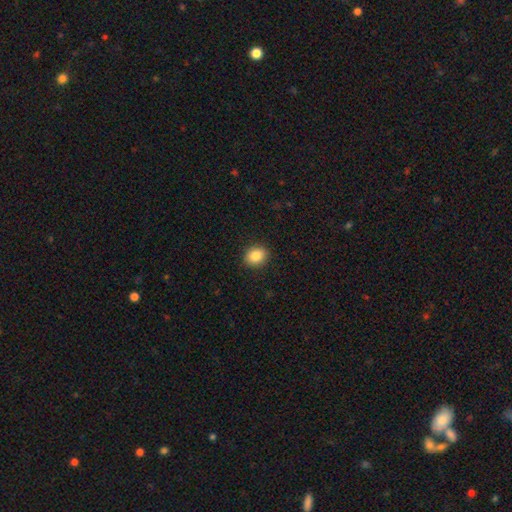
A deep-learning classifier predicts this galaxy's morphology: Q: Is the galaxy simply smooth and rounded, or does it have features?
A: smooth — 85%.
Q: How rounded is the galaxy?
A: round — 59%.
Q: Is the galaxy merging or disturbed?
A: none — 91%.